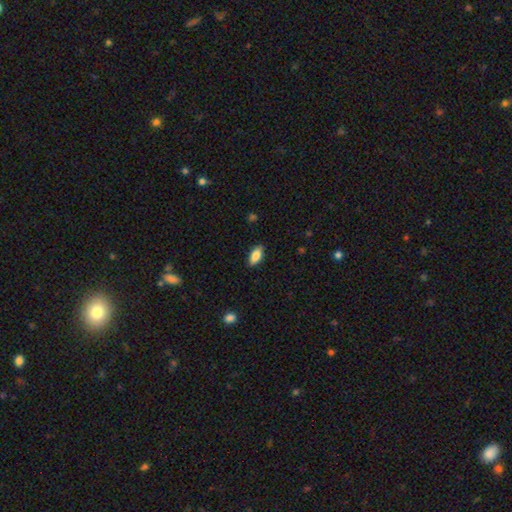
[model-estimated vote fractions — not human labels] Smooth or featured? smooth (85%)
How rounded? in between (86%)
Merging? none (86%)